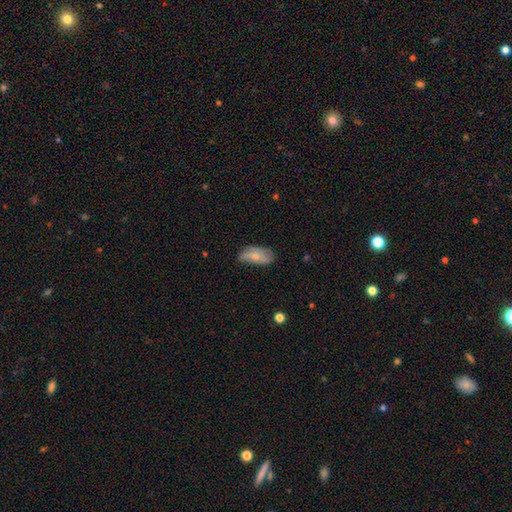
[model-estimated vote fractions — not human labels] Morphology: type=smooth (66%); roundness=in between (91%); merging=none (50%).